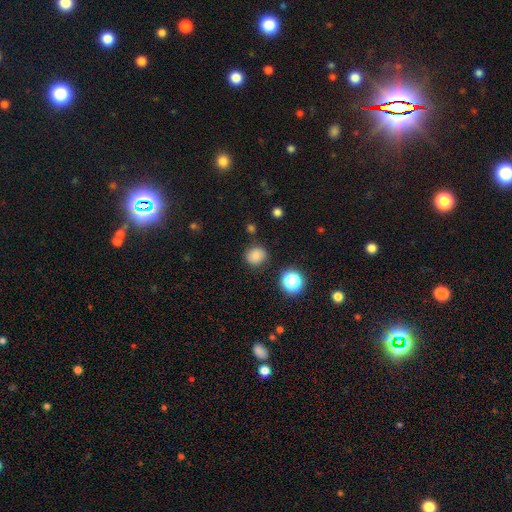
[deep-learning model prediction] smooth_or_featured: smooth (p=0.79) [alt: star or artifact p=0.14]
how_rounded: round (p=0.84) [alt: in between p=0.16]
merging: none (p=0.79) [alt: minor disturbance p=0.14]